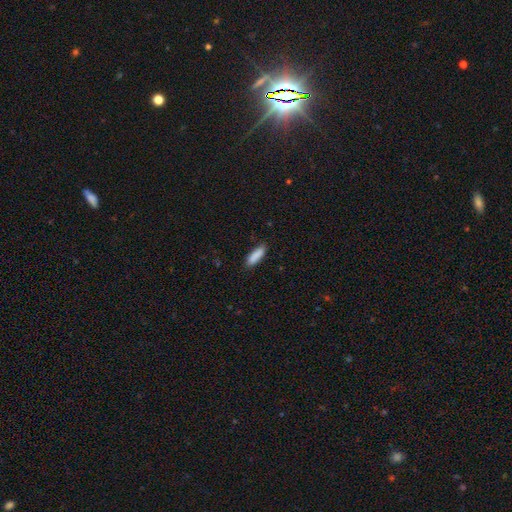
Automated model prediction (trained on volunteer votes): Overall: smooth (88%). How rounded: cigar-shaped (54%; in between 44%). Merging: none (83%).